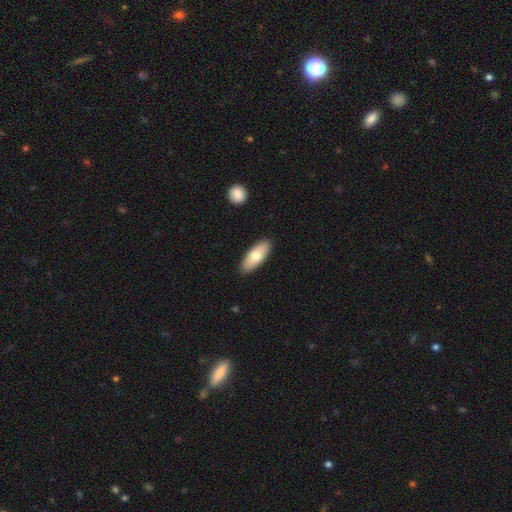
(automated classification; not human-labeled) smooth 70%, featured or disk 24%, star or artifact 5%. Down the decision tree: how rounded — in between (76%); merging — none (89%).